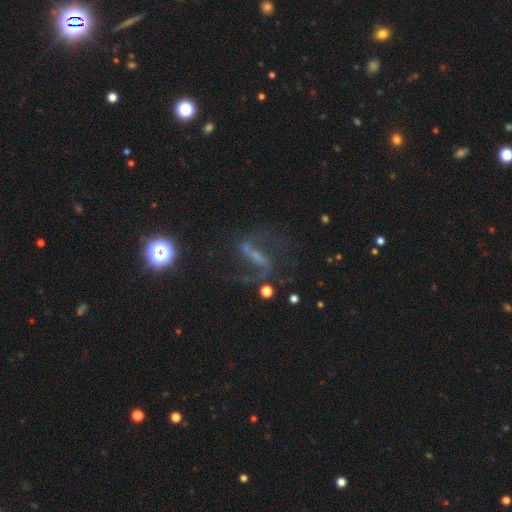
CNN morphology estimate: Q: Smooth or featured?
A: featured or disk (74%); runner-up: star or artifact (16%)
Q: Edge-on disk?
A: no (90%); runner-up: yes (10%)
Q: Bar?
A: strong (53%); runner-up: weak (33%)
Q: Spiral arms?
A: yes (90%); runner-up: no (10%)
Q: Spiral winding?
A: loose (60%); runner-up: medium (31%)
Q: Spiral arm count?
A: 2 (88%); runner-up: can't tell (5%)
Q: Bulge size?
A: small (46%); runner-up: none (30%)
Q: Merging?
A: none (62%); runner-up: major disturbance (18%)